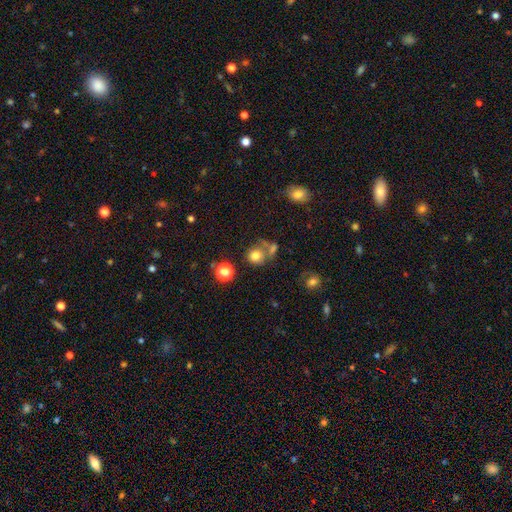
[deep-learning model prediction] A smooth galaxy with no disk features (76%) that is round (84%).

Vote fractions:
- Smooth or featured? smooth: 76% / star or artifact: 13% / featured or disk: 11%
- How rounded? round: 84% / in between: 15% / cigar-shaped: 1%
- Merging? none: 55% / merger: 24% / minor disturbance: 13% / major disturbance: 8%